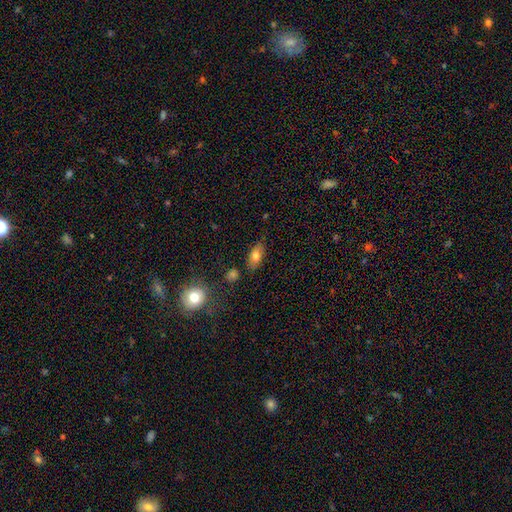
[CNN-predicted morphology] Smooth or featured? Predicted: smooth (p=0.76). How rounded? Predicted: in between (p=0.86). Merging? Predicted: none (p=0.79).